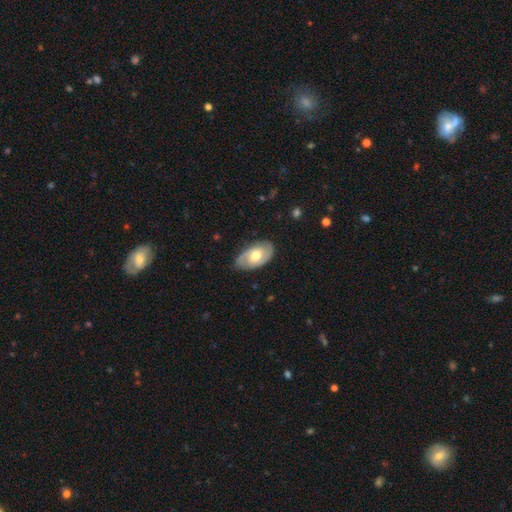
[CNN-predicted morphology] smooth_or_featured: featured or disk (p=0.55) [alt: smooth p=0.40]
disk_edge_on: no (p=0.91) [alt: yes p=0.09]
bar: no (p=0.69) [alt: weak p=0.26]
has_spiral_arms: yes (p=0.69) [alt: no p=0.31]
bulge_size: moderate (p=0.74) [alt: small p=0.13]
merging: none (p=0.76) [alt: minor disturbance p=0.19]